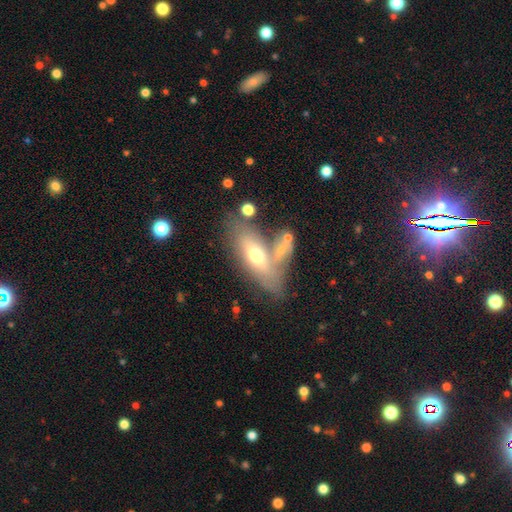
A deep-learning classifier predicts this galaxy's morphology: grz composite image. It shows a smooth galaxy with no disk features (52%) that is in between round and cigar-shaped (70%). Merging: merger (38%).